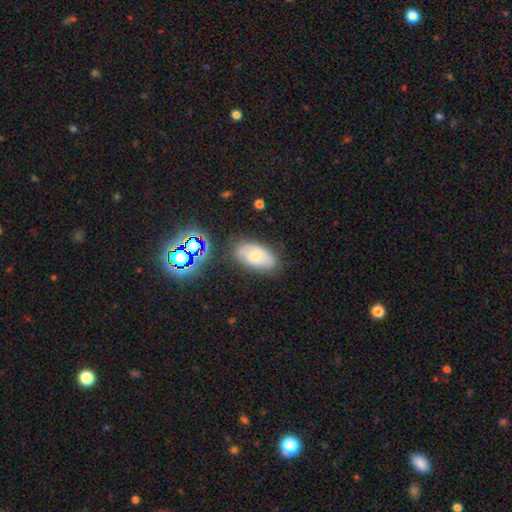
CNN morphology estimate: Smooth or featured? smooth (64%)
How rounded? in between (92%)
Merging? none (74%)